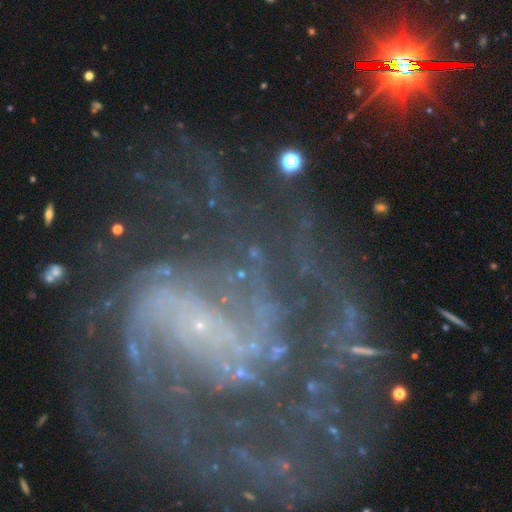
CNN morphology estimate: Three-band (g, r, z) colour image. It shows a featured or disk galaxy (81%) with no bar (54%), 2 (29%) tight (44%) spiral arms (95%) and a small central bulge (77%). Merging: none (60%).